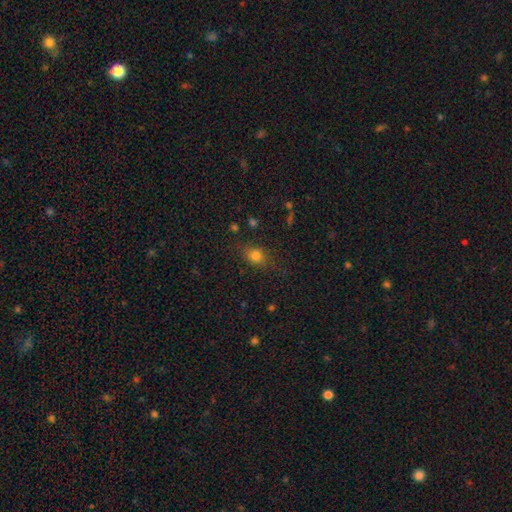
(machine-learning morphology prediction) The model was most divided on "how rounded": round: 51%, in between: 46%, cigar-shaped: 2%. More confident: smooth or featured — smooth (78%); merging — none (76%).